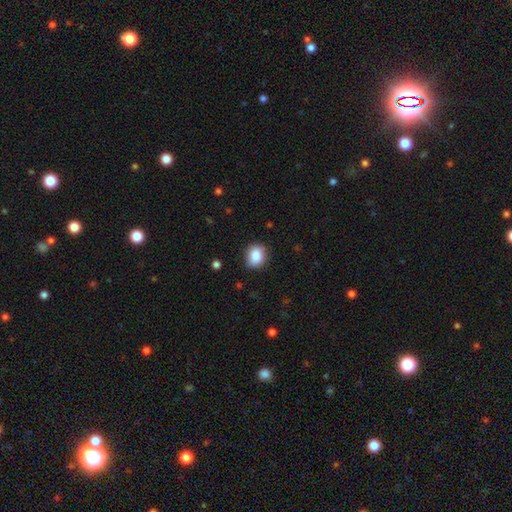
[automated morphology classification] Smooth or featured? Predicted: smooth (p=0.86). How rounded? Predicted: round (p=0.54). Merging? Predicted: none (p=0.84).